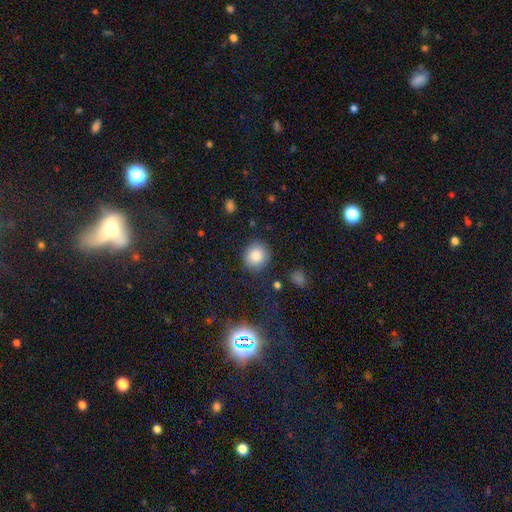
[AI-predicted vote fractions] This appears to be a smooth galaxy with no disk features (85%) that is round (86%). Merging: none (87%).